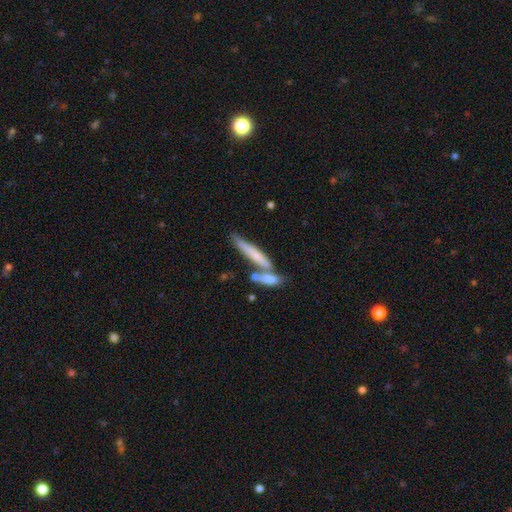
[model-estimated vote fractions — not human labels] Smooth or featured?
  - smooth: 57% *
  - featured or disk: 36%
  - star or artifact: 7%
How rounded?
  - cigar-shaped: 89% *
  - in between: 9%
  - round: 2%
Merging?
  - none: 51% *
  - merger: 32%
  - minor disturbance: 13%
  - major disturbance: 5%